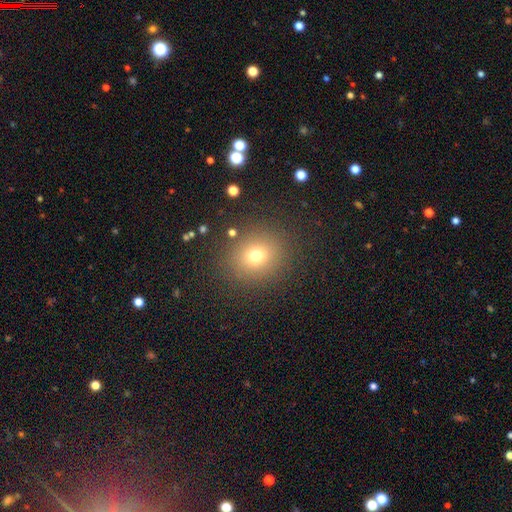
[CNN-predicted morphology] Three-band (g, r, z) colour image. It shows a smooth galaxy with no disk features (72%) that is round (77%). Merging: none (87%).